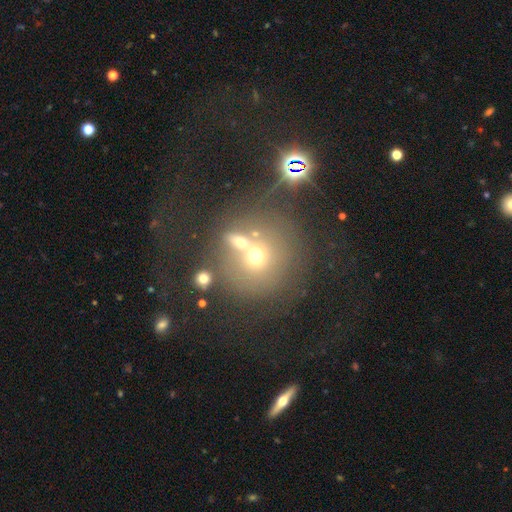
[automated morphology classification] A smooth galaxy with no disk features (52%) that is round (87%).

Vote fractions:
- Smooth or featured? smooth: 52% / star or artifact: 26% / featured or disk: 22%
- How rounded? round: 87% / in between: 12% / cigar-shaped: 1%
- Merging? merger: 40% (tied) / none: 40% (tied) / major disturbance: 10% / minor disturbance: 10%